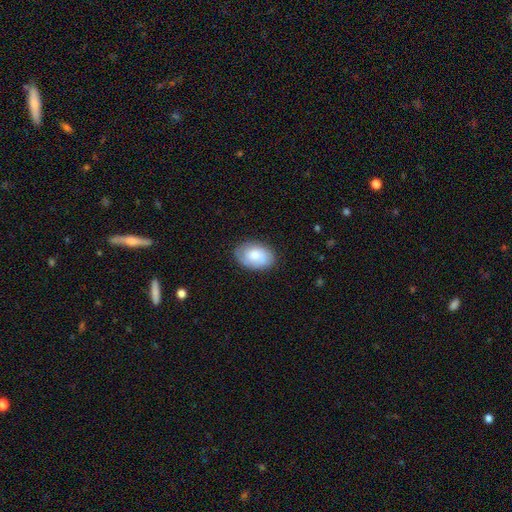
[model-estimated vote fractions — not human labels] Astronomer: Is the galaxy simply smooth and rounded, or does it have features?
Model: smooth — 73%.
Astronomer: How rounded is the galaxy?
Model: in between — 85%.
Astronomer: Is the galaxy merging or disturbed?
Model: none — 81%.